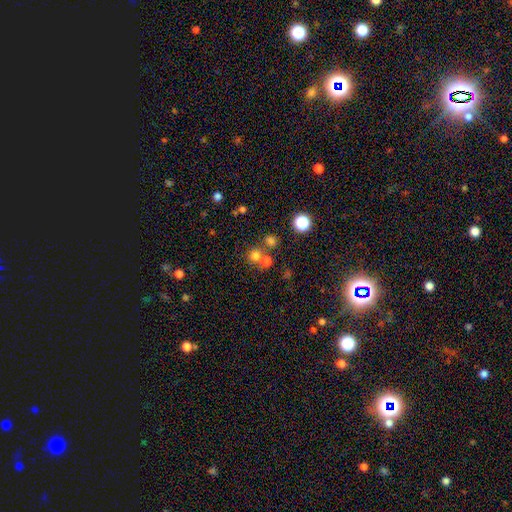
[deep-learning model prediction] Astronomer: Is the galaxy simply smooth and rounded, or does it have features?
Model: smooth — 70%.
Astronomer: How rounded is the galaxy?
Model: round — 89%.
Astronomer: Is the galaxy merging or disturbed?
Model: none — 63%.